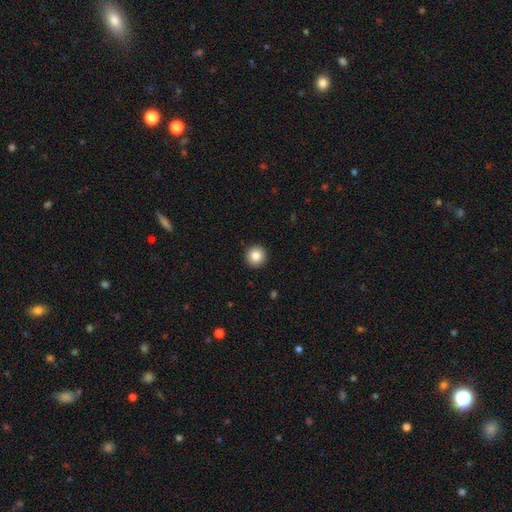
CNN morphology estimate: This appears to be a smooth galaxy with no disk features (85%) that is round (95%). Merging: none (93%).